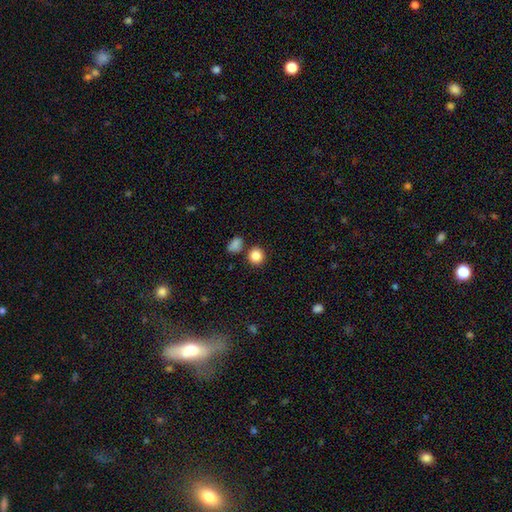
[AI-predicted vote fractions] A smooth galaxy with no disk features (86%) that is round (89%). Merging: none (81%).